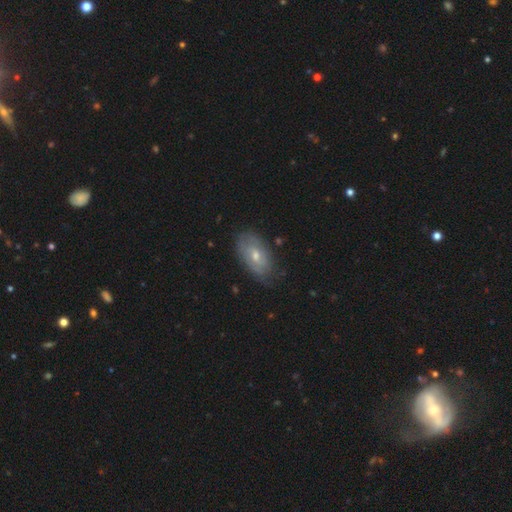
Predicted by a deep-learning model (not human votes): Q: Smooth or featured?
A: featured or disk (46%); runner-up: smooth (45%)
Q: Merging?
A: none (73%); runner-up: minor disturbance (21%)